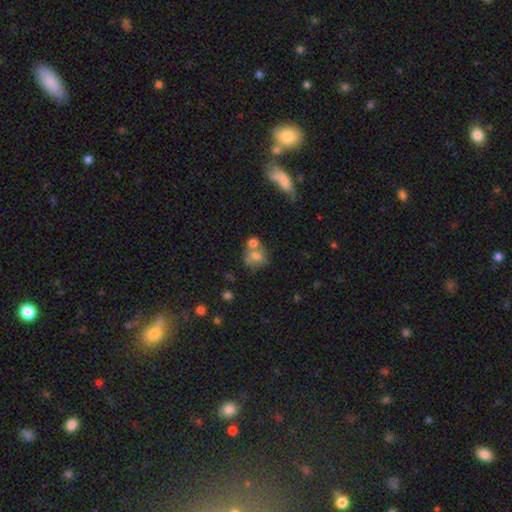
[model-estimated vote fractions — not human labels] A smooth galaxy with no disk features (64%) that is round (57%). Merging: merger (49%).